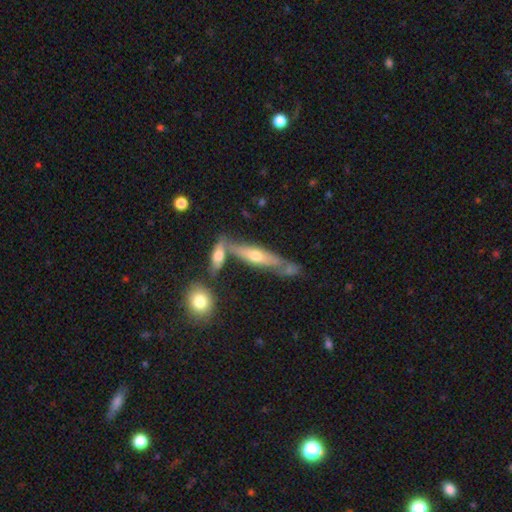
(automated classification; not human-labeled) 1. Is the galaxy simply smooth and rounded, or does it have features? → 56% featured or disk, 38% smooth, 7% star or artifact.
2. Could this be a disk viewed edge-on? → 81% yes, 19% no.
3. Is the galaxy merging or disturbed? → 56% none, 22% merger, 16% minor disturbance, 5% major disturbance.